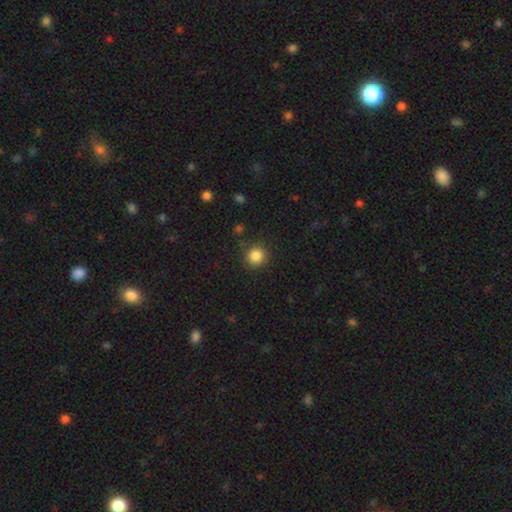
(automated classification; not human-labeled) Morphology: type=smooth (85%); roundness=round (93%); merging=none (89%).